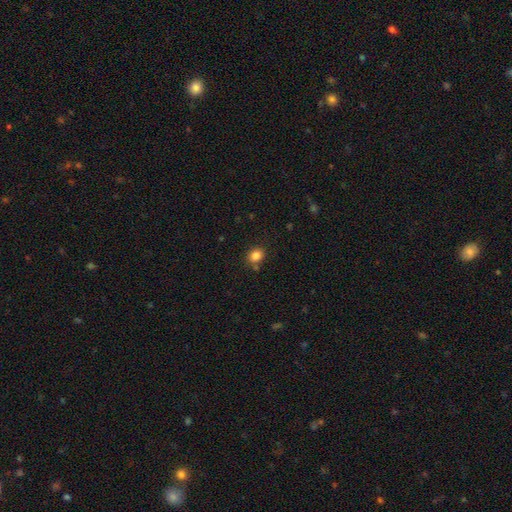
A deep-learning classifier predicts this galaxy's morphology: Smooth or featured? Predicted: smooth (p=0.84). How rounded? Predicted: round (p=0.59). Merging? Predicted: none (p=0.78).